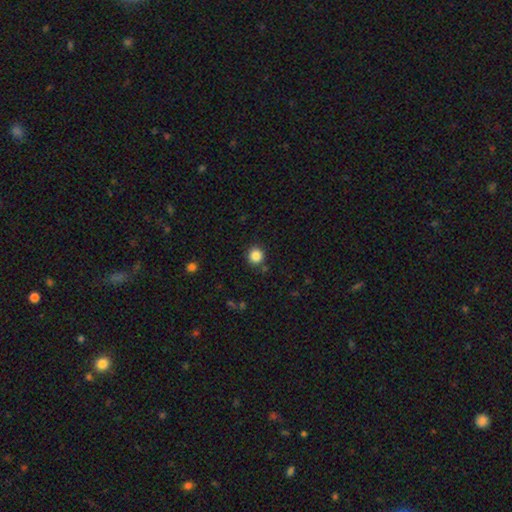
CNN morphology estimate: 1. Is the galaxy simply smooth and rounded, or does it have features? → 86% smooth, 11% star or artifact, 4% featured or disk.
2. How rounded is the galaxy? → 93% round, 6% in between, 1% cigar-shaped.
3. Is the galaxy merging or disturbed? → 89% none, 7% minor disturbance, 3% merger, 2% major disturbance.